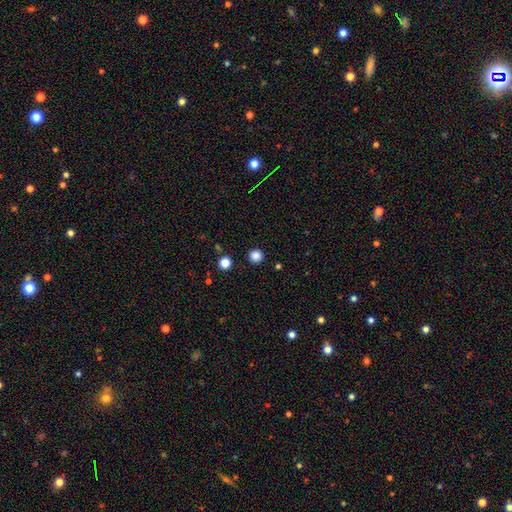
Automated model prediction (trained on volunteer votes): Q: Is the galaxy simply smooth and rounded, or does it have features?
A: smooth — 85%.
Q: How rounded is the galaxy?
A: round — 95%.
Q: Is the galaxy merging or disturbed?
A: none — 92%.